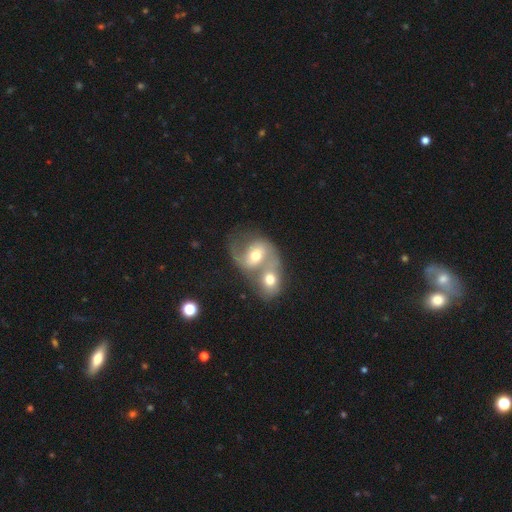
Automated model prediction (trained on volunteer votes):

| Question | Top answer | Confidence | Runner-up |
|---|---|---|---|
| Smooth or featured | featured or disk | 63% | smooth (29%) |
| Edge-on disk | no | 97% | yes (3%) |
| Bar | no | 47% | weak (38%) |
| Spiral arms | yes | 80% | no (20%) |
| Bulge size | moderate | 68% | small (17%) |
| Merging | merger | 75% | none (14%) |